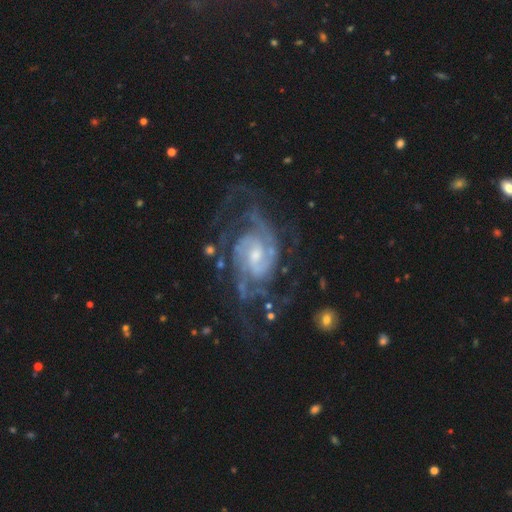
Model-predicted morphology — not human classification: Smooth or featured? featured or disk (91%)
Edge-on disk? no (98%)
Bar? weak (49%)
Spiral arms? yes (98%)
Spiral winding? tight (47%)
Spiral arm count? 2 (47%)
Bulge size? small (47%)
Merging? none (63%)